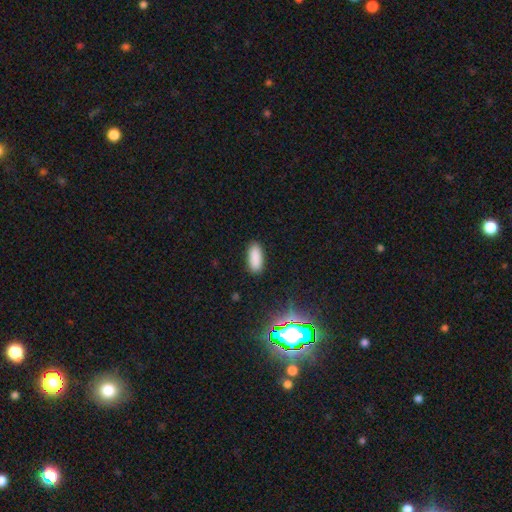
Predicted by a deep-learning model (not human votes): Smooth or featured? Predicted: smooth (p=0.88). How rounded? Predicted: in between (p=0.80). Merging? Predicted: none (p=0.88).